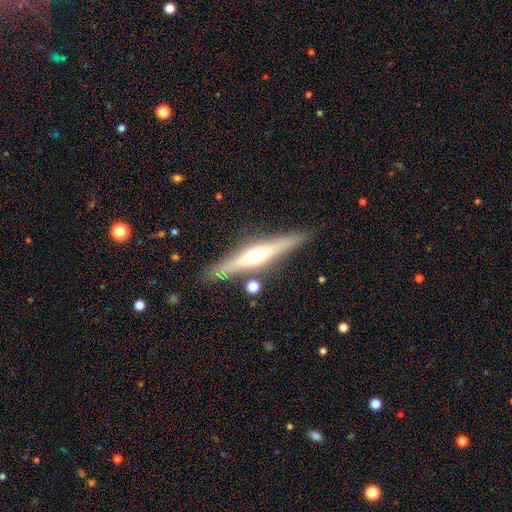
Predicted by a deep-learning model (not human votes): A featured or disk galaxy (66%) viewed edge-on (96%) with a rounded central bulge (90%).

Vote fractions:
- Smooth or featured? featured or disk: 66% / smooth: 27% / star or artifact: 6%
- Edge-on disk? yes: 96% / no: 4%
- Edge-on bulge? rounded: 90% / none: 6% / boxy: 4%
- Merging? none: 86% / minor disturbance: 9% / merger: 3% / major disturbance: 2%